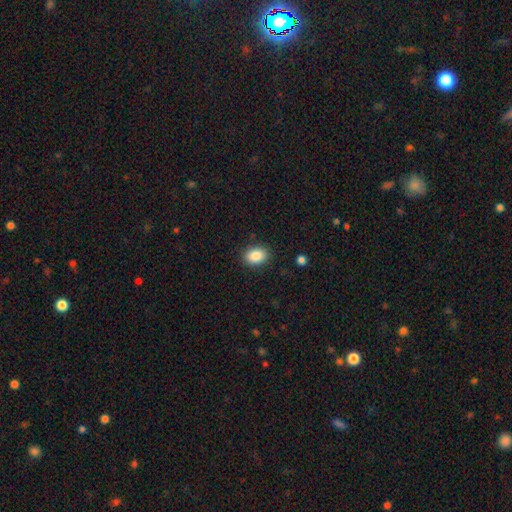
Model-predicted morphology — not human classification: Smooth or featured: smooth — 86% (star or artifact — 8%)
How rounded: in between — 76% (round — 22%)
Merging: none — 88% (minor disturbance — 9%)